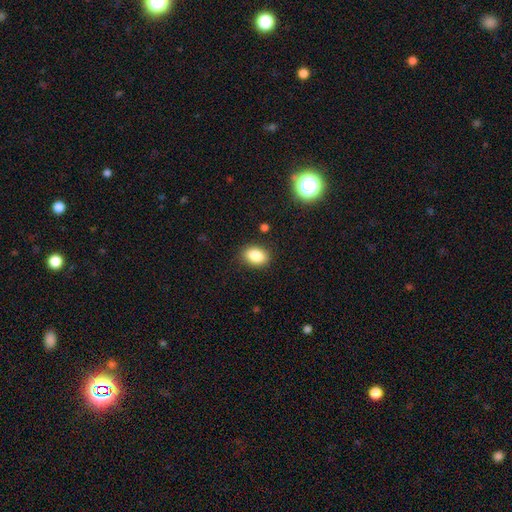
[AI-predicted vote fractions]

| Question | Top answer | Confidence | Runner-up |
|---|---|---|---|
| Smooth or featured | smooth | 86% | star or artifact (9%) |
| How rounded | in between | 81% | round (17%) |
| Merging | none | 86% | minor disturbance (10%) |